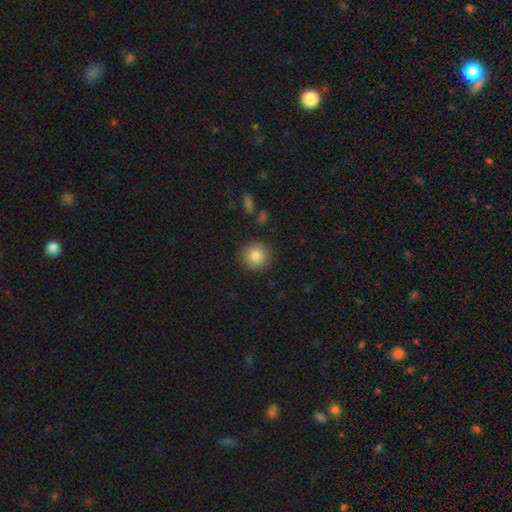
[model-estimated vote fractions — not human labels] Smooth or featured?
  - smooth: 84% *
  - star or artifact: 9%
  - featured or disk: 7%
How rounded?
  - round: 92% *
  - in between: 7%
  - cigar-shaped: 1%
Merging?
  - none: 88% *
  - minor disturbance: 8%
  - major disturbance: 2%
  - merger: 2%